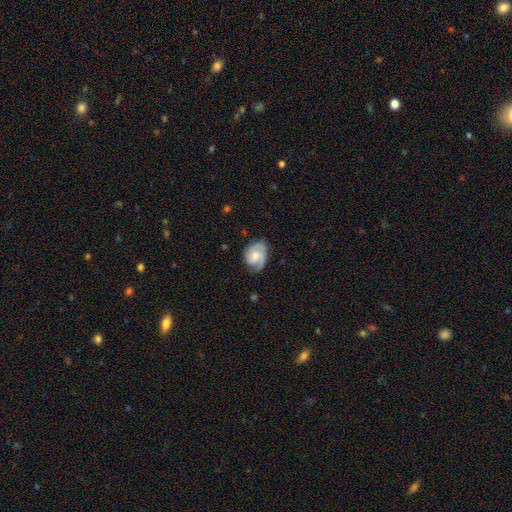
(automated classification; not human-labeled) This appears to be a featured or disk galaxy (68%) with no bar (64%), 2 (53%) tight (48%) spiral arms (93%) and a moderate central bulge (50%). Merging: none (62%).